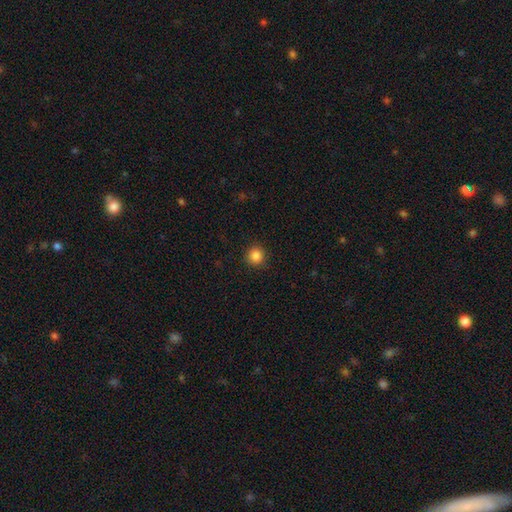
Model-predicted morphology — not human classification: Smooth or featured? Predicted: smooth (p=0.86). How rounded? Predicted: round (p=0.93). Merging? Predicted: none (p=0.91).